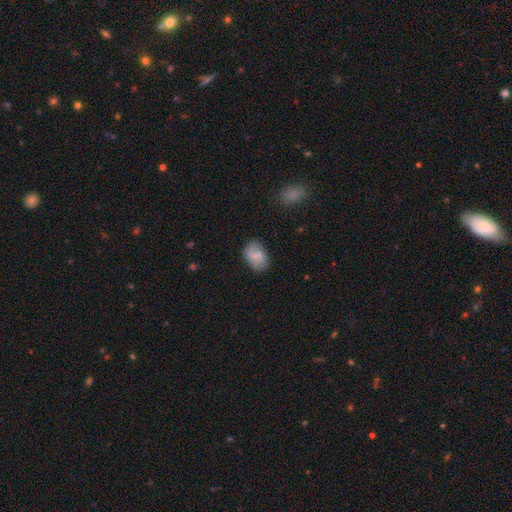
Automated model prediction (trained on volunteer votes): A smooth galaxy with no disk features (67%) that is in between round and cigar-shaped (84%). Merging: none (74%).